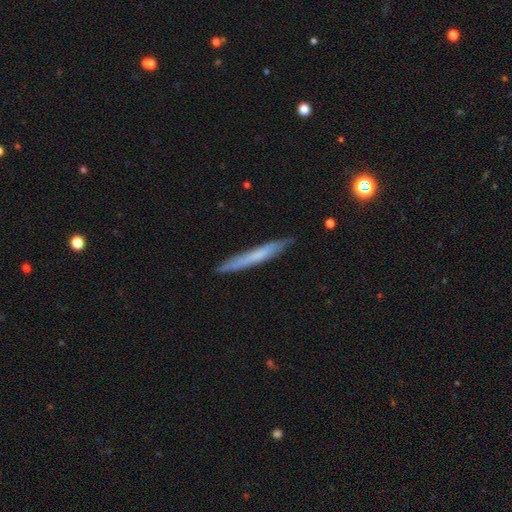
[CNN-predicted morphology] smooth_or_featured: smooth (p=0.57) [alt: featured or disk p=0.37]
how_rounded: cigar-shaped (p=0.96) [alt: in between p=0.03]
merging: none (p=0.86) [alt: minor disturbance p=0.11]